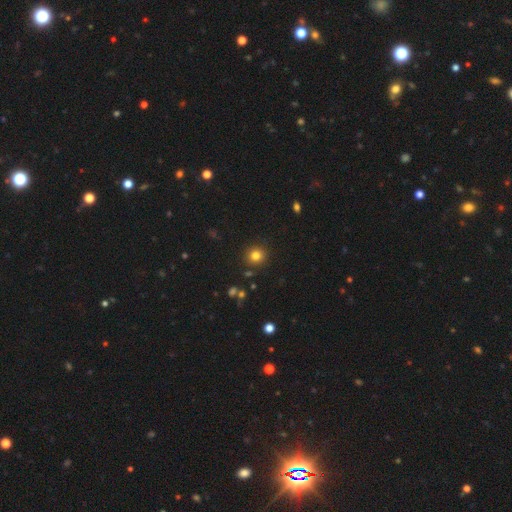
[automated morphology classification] Q: Smooth or featured?
A: smooth (80%); runner-up: star or artifact (14%)
Q: How rounded?
A: round (92%); runner-up: in between (7%)
Q: Merging?
A: none (89%); runner-up: minor disturbance (6%)